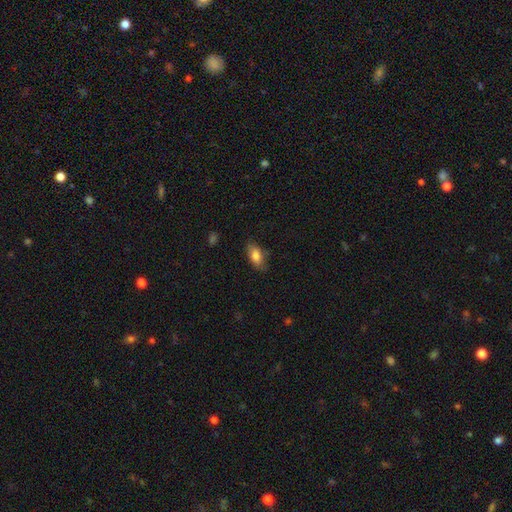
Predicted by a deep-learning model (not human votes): Q: Smooth or featured?
A: smooth (81%); runner-up: featured or disk (12%)
Q: How rounded?
A: in between (88%); runner-up: cigar-shaped (8%)
Q: Merging?
A: none (74%); runner-up: minor disturbance (20%)